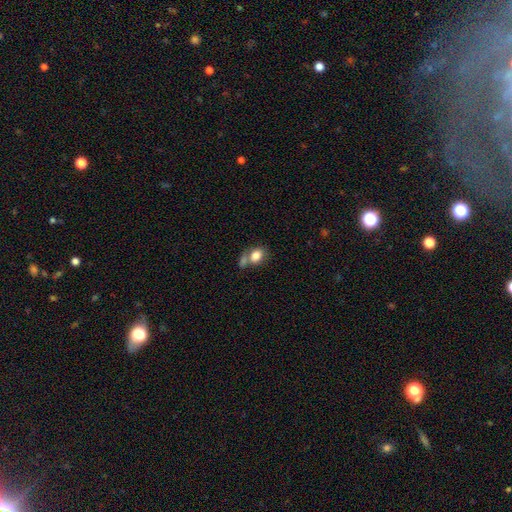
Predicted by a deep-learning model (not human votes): smooth 81%, featured or disk 10%, star or artifact 9%. Down the decision tree: how rounded — in between (63%); merging — none (41%).